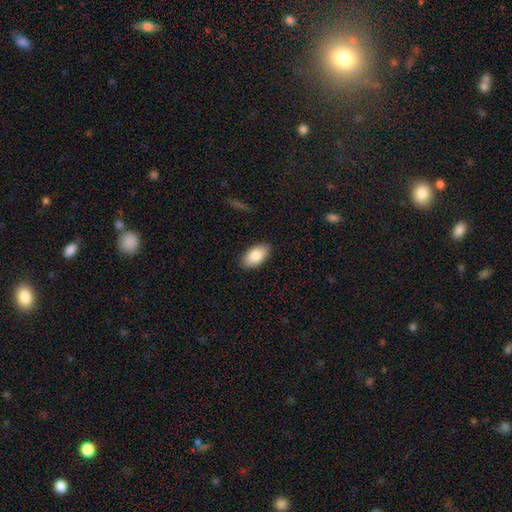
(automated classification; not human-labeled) A smooth galaxy with no disk features (86%) that is in between round and cigar-shaped (95%). Merging: none (88%).